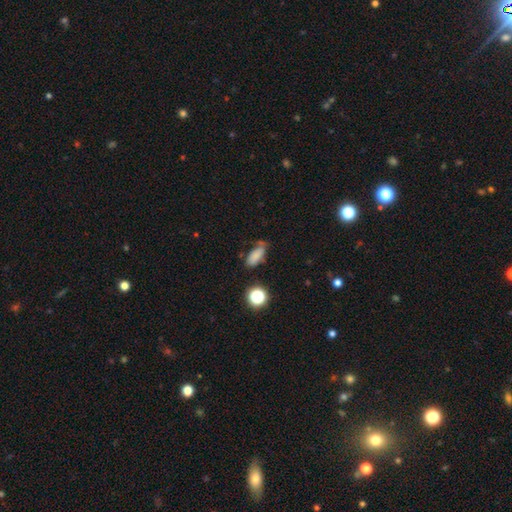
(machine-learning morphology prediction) smooth 76%, star or artifact 14%, featured or disk 11%. Down the decision tree: how rounded — in between (77%); merging — none (56%).